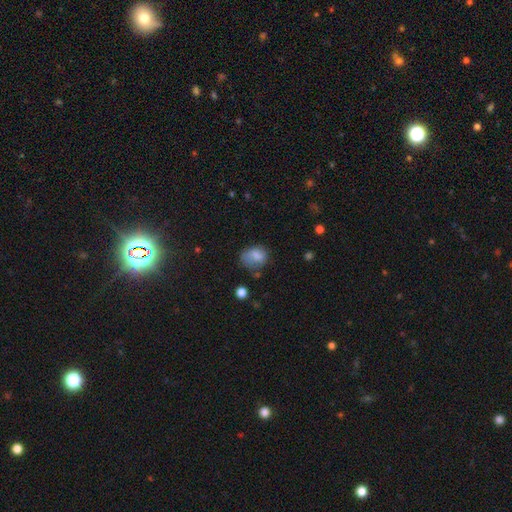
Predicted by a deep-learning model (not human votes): Smooth or featured? Predicted: smooth (p=0.76). How rounded? Predicted: in between (p=0.59). Merging? Predicted: none (p=0.44).